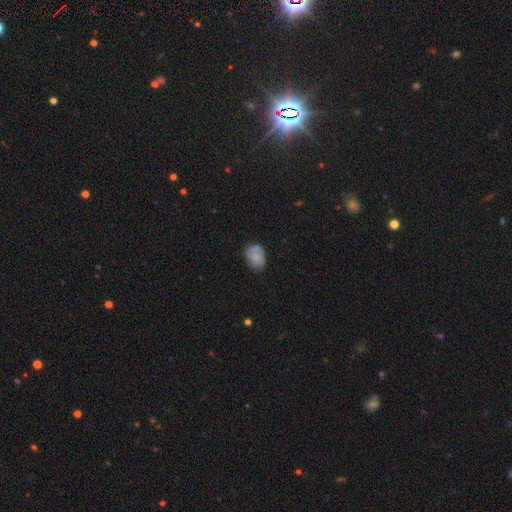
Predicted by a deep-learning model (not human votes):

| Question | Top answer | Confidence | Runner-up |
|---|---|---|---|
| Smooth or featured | smooth | 70% | featured or disk (22%) |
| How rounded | in between | 72% | round (27%) |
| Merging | none | 58% | minor disturbance (29%) |